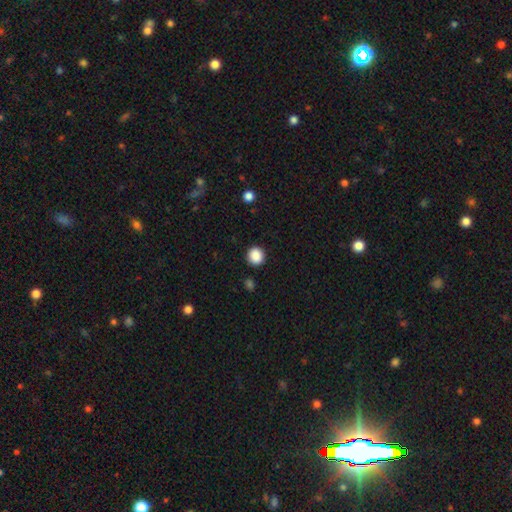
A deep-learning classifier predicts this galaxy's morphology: smooth-or-featured: smooth: 89% | star or artifact: 9% | featured or disk: 3%
  how-rounded: round: 89% | in between: 10% | cigar-shaped: 1%
  merging: none: 91% | minor disturbance: 6% | major disturbance: 2% | merger: 1%